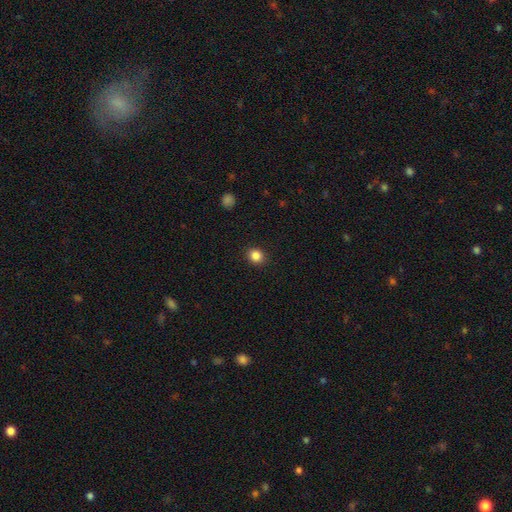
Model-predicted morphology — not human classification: type=smooth (85%); roundness=round (75%); merging=none (91%).